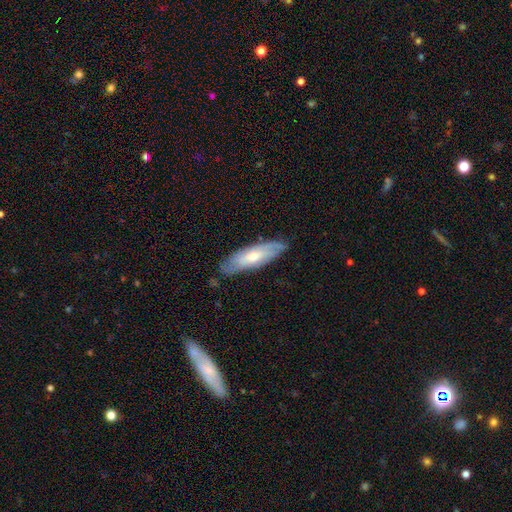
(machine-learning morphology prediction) Smooth or featured? featured or disk (54%)
Edge-on disk? no (61%)
Merging? none (82%)